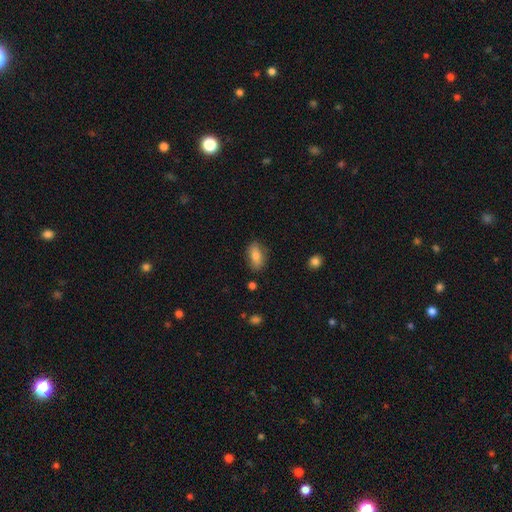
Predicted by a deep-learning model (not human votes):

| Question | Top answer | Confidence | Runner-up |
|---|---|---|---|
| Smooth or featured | smooth | 79% | featured or disk (14%) |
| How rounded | in between | 87% | cigar-shaped (8%) |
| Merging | none | 81% | minor disturbance (14%) |